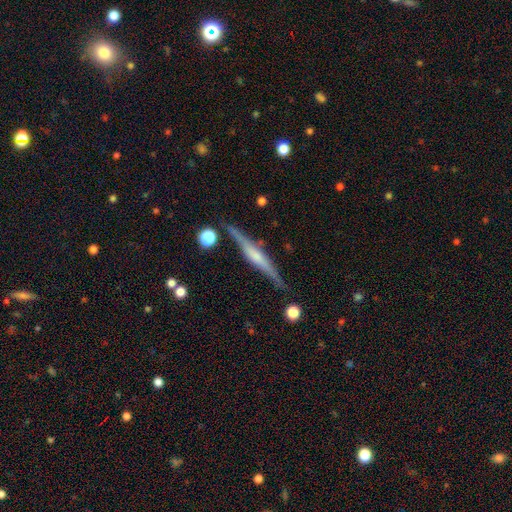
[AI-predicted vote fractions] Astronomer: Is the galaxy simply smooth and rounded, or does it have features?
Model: featured or disk — 73%.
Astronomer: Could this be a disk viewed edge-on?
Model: yes — 97%.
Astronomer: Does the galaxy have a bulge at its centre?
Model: rounded — 59%.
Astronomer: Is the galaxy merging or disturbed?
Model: none — 86%.